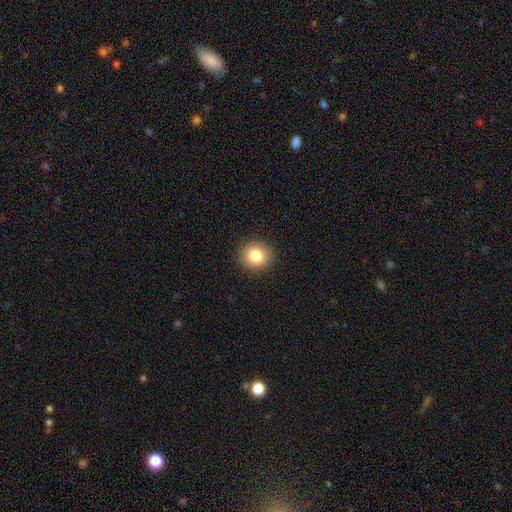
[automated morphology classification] Overall: smooth (83%). How rounded: round (78%). Merging: none (91%).